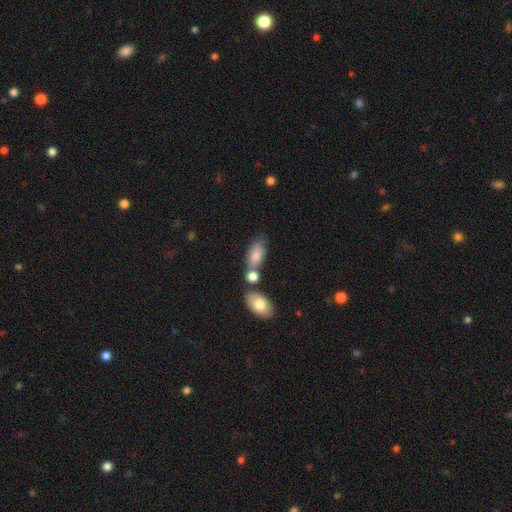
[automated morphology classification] A smooth galaxy with no disk features (79%) that is in between round and cigar-shaped (87%).

Vote fractions:
- Smooth or featured? smooth: 79% / featured or disk: 14% / star or artifact: 7%
- How rounded? in between: 87% / cigar-shaped: 8% / round: 5%
- Merging? none: 51% / merger: 27% / minor disturbance: 17% / major disturbance: 6%